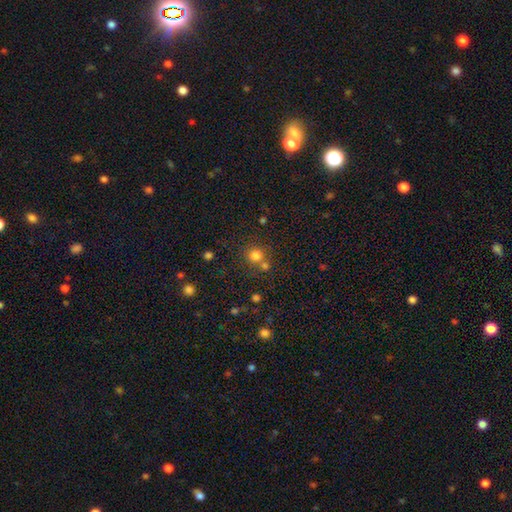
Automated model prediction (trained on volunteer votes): smooth_or_featured: smooth (p=0.77) [alt: star or artifact p=0.16]
how_rounded: round (p=0.91) [alt: in between p=0.08]
merging: none (p=0.65) [alt: merger p=0.24]